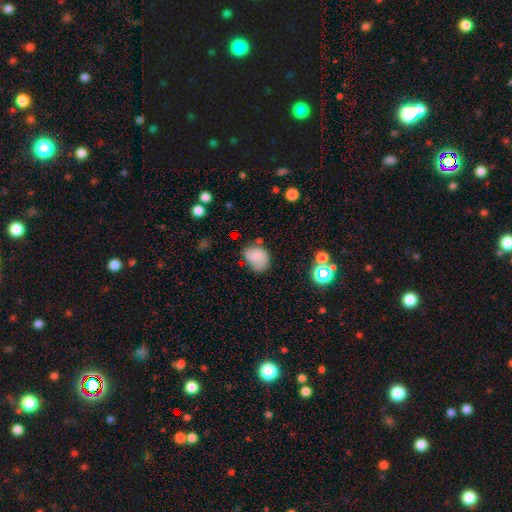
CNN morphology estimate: Smooth or featured? Predicted: smooth (p=0.75). How rounded? Predicted: in between (p=0.57). Merging? Predicted: none (p=0.48).